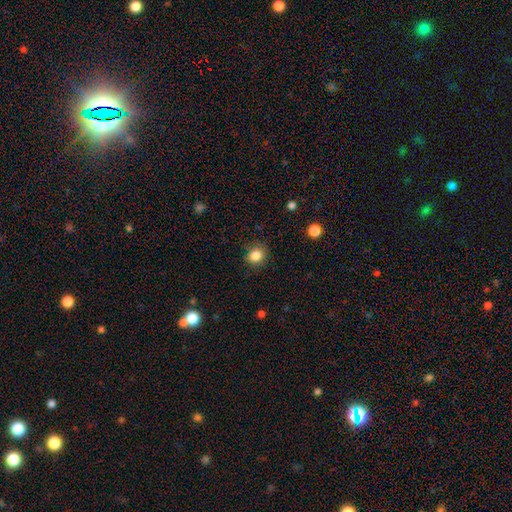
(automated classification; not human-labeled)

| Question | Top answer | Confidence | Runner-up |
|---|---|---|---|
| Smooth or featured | smooth | 84% | star or artifact (11%) |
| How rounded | round | 81% | in between (18%) |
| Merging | none | 85% | minor disturbance (11%) |